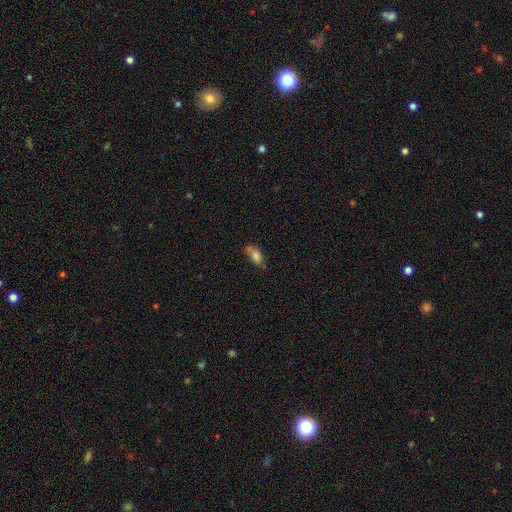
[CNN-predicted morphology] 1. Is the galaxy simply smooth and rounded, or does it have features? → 77% smooth, 13% featured or disk, 11% star or artifact.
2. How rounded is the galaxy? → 84% in between, 8% cigar-shaped, 8% round.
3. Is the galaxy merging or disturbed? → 44% none, 24% merger, 24% minor disturbance, 8% major disturbance.